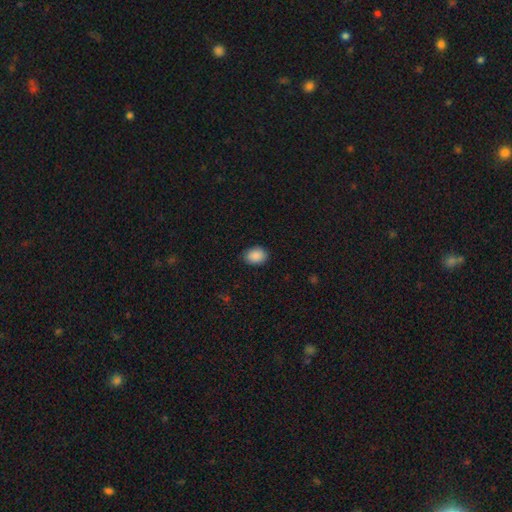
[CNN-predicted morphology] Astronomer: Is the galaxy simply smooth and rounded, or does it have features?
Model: smooth — 90%.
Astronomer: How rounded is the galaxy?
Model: in between — 69%.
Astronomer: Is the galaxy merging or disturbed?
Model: none — 86%.